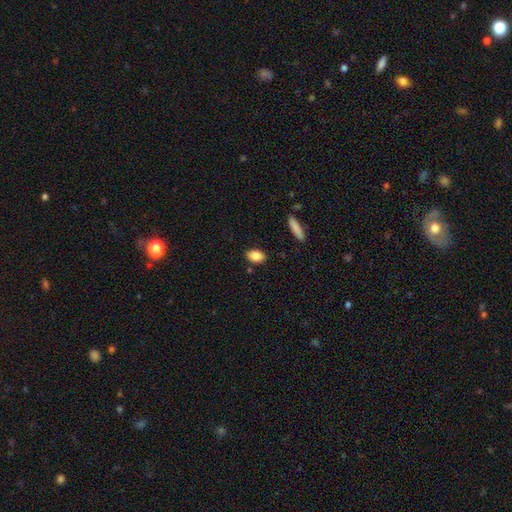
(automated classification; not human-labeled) This is clearly a smooth galaxy (85%). How rounded: clearly in between (88%). Merging: clearly none (85%).